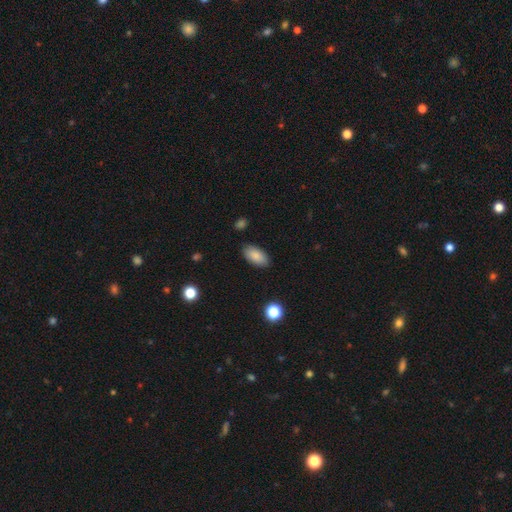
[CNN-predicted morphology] A smooth galaxy with no disk features (87%) that is in between round and cigar-shaped (93%).

Vote fractions:
- Smooth or featured? smooth: 87% / star or artifact: 7% / featured or disk: 6%
- How rounded? in between: 93% / cigar-shaped: 3% / round: 3%
- Merging? none: 87% / minor disturbance: 10% / major disturbance: 2% / merger: 1%